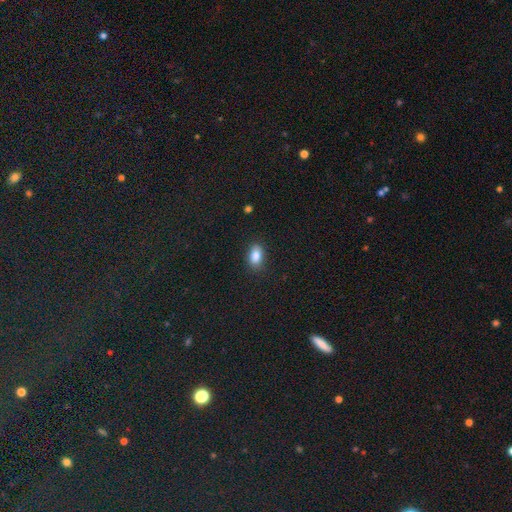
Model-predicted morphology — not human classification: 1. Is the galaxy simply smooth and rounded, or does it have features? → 86% smooth, 9% star or artifact, 5% featured or disk.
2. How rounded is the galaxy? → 87% in between, 11% round, 2% cigar-shaped.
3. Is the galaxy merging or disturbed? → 85% none, 11% minor disturbance, 3% major disturbance, 1% merger.